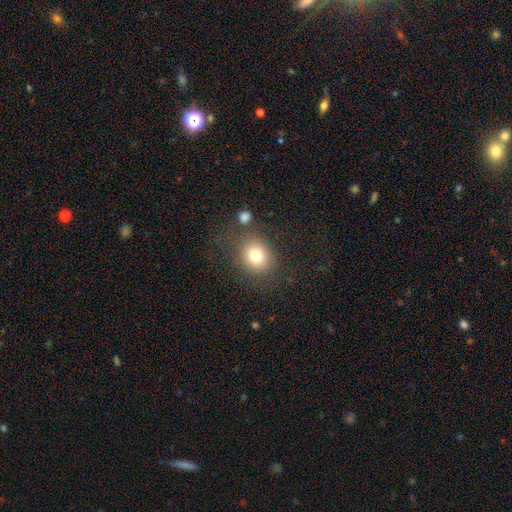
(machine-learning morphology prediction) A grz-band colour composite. It shows a smooth galaxy with no disk features (77%) that is round (71%). Merging: none (75%).